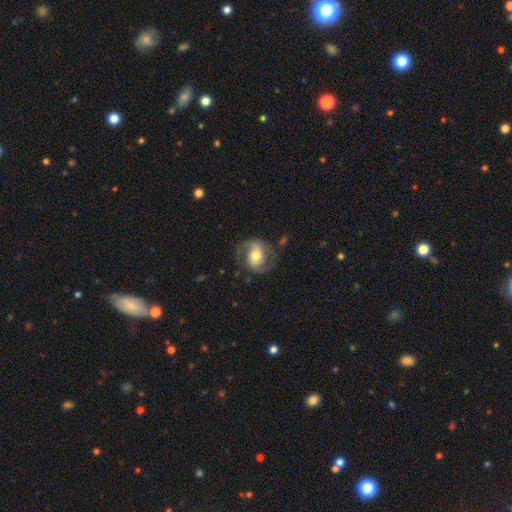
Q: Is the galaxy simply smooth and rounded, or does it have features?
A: featured or disk — 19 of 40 (48%).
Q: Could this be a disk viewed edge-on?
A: no — 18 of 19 (95%).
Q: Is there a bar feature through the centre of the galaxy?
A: no — 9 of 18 (50%).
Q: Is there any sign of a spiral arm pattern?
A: yes — 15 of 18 (83%).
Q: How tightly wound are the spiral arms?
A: medium — 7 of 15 (47%).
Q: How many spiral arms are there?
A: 2 — 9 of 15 (60%).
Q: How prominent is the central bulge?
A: moderate — 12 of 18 (67%).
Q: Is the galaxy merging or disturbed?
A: none — 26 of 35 (74%).